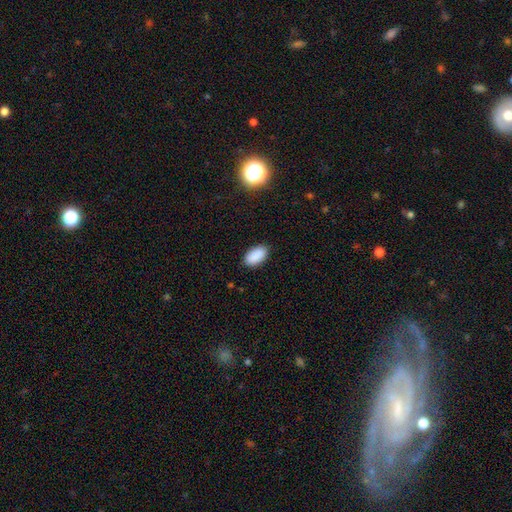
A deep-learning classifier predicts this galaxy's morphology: Smooth or featured? smooth (90%)
How rounded? in between (95%)
Merging? none (88%)